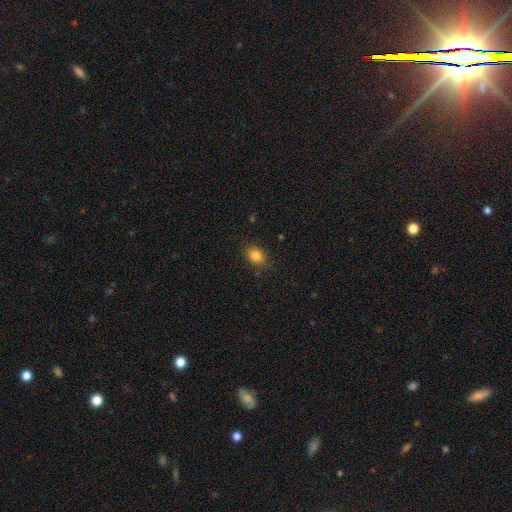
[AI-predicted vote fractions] smooth-or-featured: smooth: 84% | star or artifact: 10% | featured or disk: 6%
  how-rounded: in between: 68% | round: 31% | cigar-shaped: 1%
  merging: none: 82% | minor disturbance: 14% | major disturbance: 3% | merger: 1%